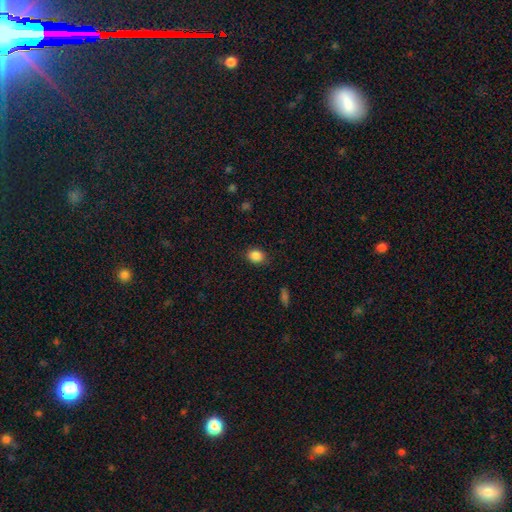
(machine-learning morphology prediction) Smooth or featured? Predicted: smooth (p=0.87). How rounded? Predicted: in between (p=0.50). Merging? Predicted: none (p=0.84).